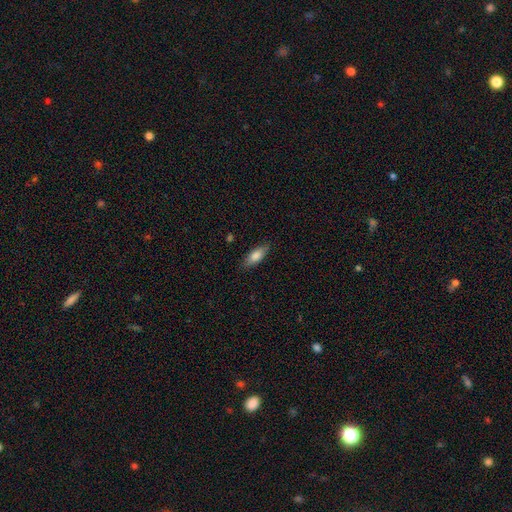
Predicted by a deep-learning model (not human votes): smooth 80%, featured or disk 14%, star or artifact 6%. Down the decision tree: how rounded — in between (72%); merging — none (84%).